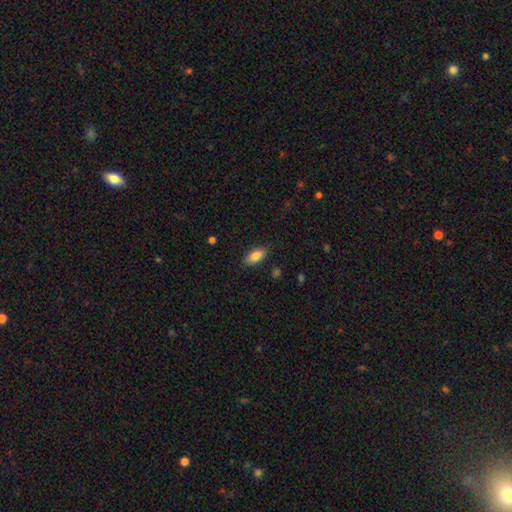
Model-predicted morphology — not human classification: Smooth or featured? smooth (82%)
How rounded? in between (86%)
Merging? none (85%)